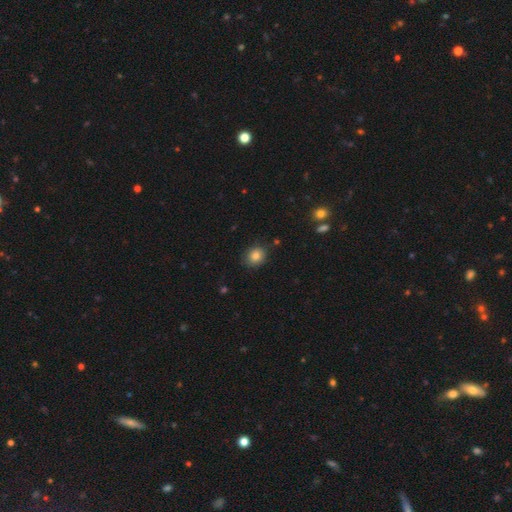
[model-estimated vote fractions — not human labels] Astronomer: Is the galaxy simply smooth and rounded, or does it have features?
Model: smooth — 84%.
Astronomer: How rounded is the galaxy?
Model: round — 69%.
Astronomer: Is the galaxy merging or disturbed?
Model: none — 85%.